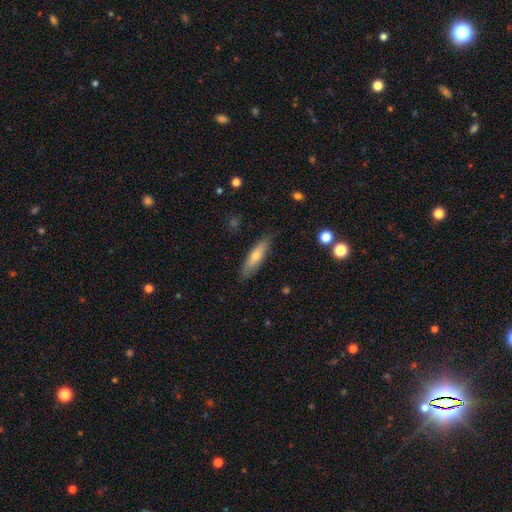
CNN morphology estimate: The model was most divided on "smooth or featured": smooth: 64%, featured or disk: 30%, star or artifact: 6%. More confident: merging — none (85%); how rounded — cigar-shaped (72%).